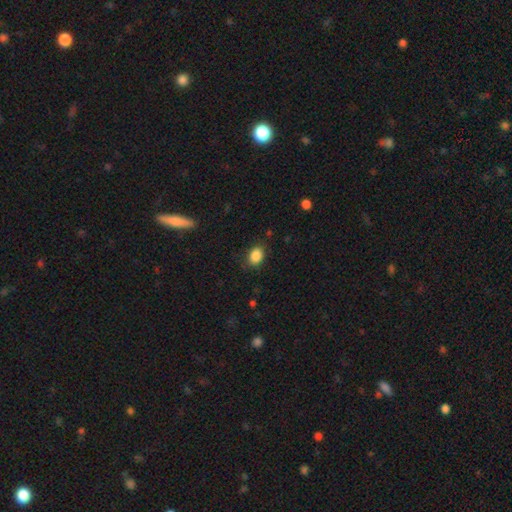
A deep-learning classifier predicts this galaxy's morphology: Q: Smooth or featured?
A: smooth (87%); runner-up: star or artifact (9%)
Q: How rounded?
A: in between (69%); runner-up: round (30%)
Q: Merging?
A: none (80%); runner-up: minor disturbance (15%)